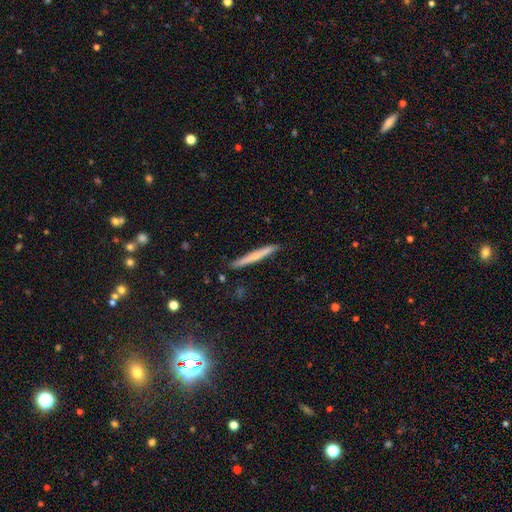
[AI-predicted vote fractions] Smooth or featured? smooth (49%)
Merging? none (89%)